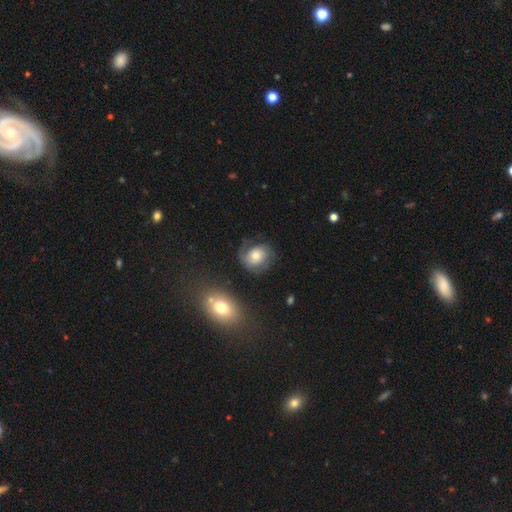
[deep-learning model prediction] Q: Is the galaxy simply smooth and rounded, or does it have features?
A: featured or disk — 58%.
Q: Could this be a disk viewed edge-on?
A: no — 97%.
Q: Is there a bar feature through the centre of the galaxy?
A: no — 75%.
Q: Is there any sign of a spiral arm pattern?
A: yes — 87%.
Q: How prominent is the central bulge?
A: moderate — 53%.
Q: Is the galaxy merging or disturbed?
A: none — 58%.